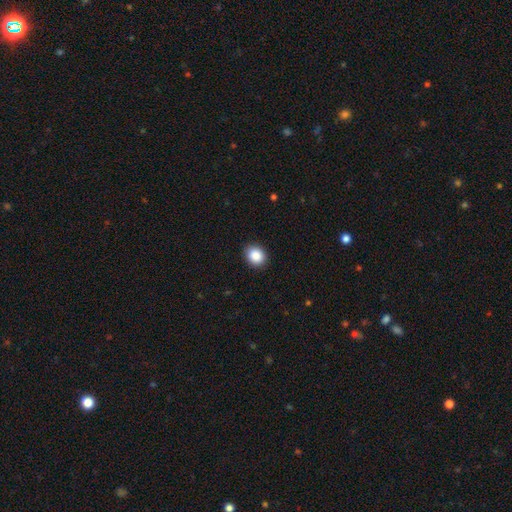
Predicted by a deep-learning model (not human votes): Morphology: type=smooth (88%); roundness=round (62%); merging=none (90%).